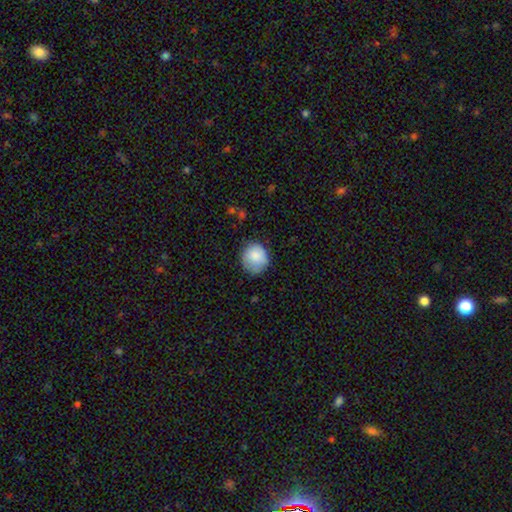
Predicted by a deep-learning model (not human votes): Smooth or featured? smooth (84%)
How rounded? round (84%)
Merging? none (73%)